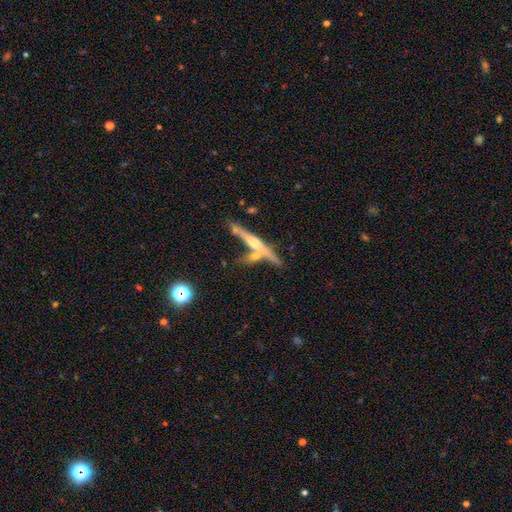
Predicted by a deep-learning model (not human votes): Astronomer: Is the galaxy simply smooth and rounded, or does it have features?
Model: featured or disk — 64%.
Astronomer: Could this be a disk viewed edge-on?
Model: yes — 93%.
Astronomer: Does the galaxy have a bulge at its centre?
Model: rounded — 82%.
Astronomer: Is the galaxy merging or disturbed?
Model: none — 56%.